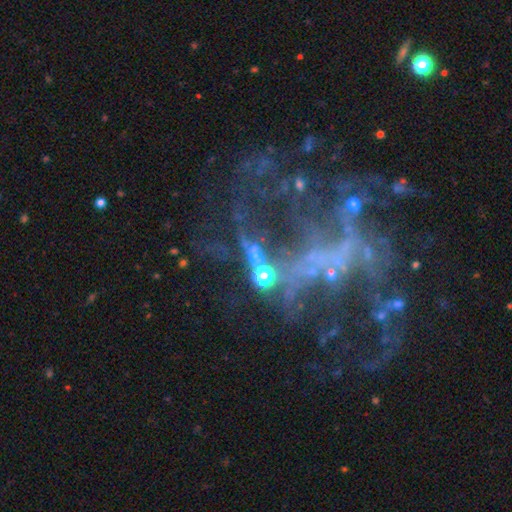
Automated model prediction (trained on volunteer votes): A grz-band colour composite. It shows a star or artifact, not a galaxy (39%).